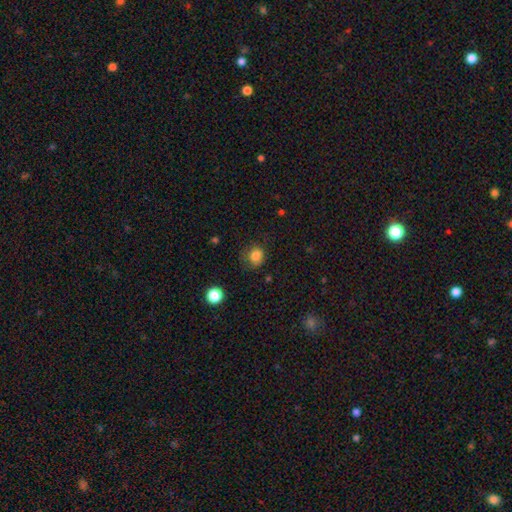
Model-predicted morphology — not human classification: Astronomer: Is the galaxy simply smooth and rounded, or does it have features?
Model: smooth — 83%.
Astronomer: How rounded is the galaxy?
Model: round — 68%.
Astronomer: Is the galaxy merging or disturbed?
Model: none — 67%.